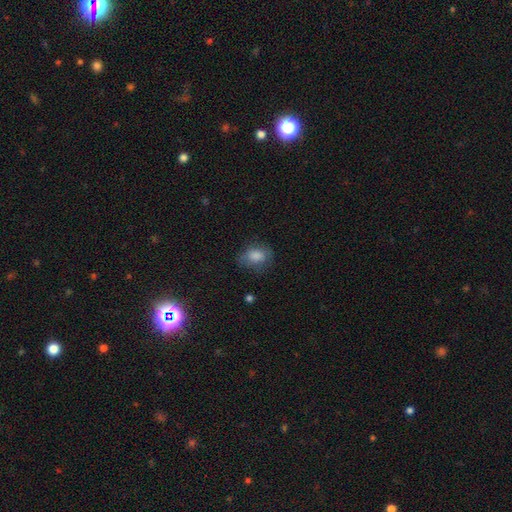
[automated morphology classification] This is likely a smooth galaxy (76%). How rounded: likely in between (70%). Merging: likely none (66%).